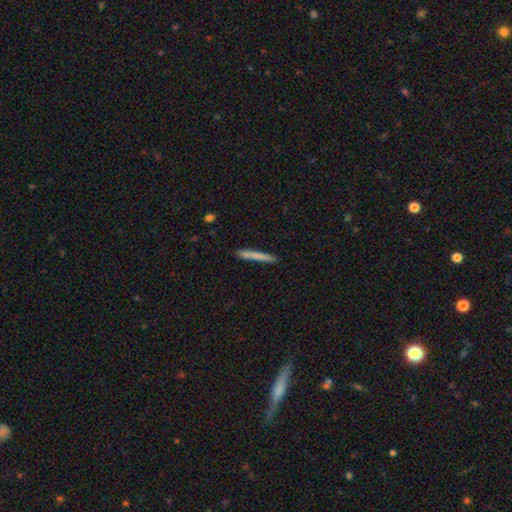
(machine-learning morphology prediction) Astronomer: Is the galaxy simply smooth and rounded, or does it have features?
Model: smooth — 74%.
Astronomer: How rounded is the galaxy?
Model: cigar-shaped — 96%.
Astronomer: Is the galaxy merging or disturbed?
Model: none — 88%.